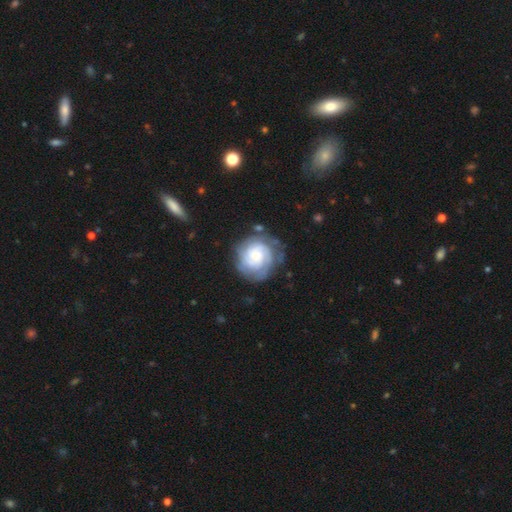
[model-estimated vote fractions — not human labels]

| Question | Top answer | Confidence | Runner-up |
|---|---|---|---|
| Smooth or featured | featured or disk | 75% | smooth (20%) |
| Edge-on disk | no | 98% | yes (2%) |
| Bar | no | 75% | weak (21%) |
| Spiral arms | yes | 92% | no (8%) |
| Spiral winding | tight | 71% | medium (23%) |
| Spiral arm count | can't tell | 37% | 2 (26%) |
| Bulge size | small | 56% | moderate (31%) |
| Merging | none | 70% | minor disturbance (19%) |